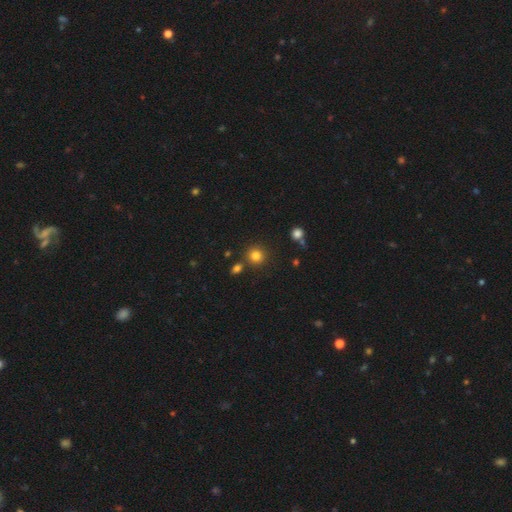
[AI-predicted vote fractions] Smooth or featured? Predicted: smooth (p=0.81). How rounded? Predicted: round (p=0.92). Merging? Predicted: none (p=0.83).